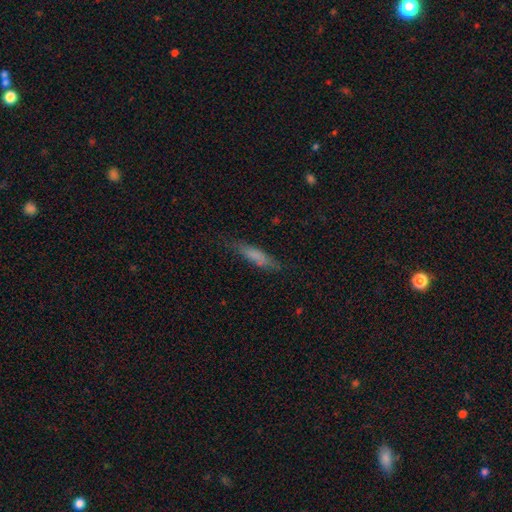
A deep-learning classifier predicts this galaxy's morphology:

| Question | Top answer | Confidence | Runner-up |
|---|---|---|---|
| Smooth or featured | smooth | 70% | featured or disk (22%) |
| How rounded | cigar-shaped | 77% | in between (21%) |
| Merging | none | 71% | minor disturbance (21%) |